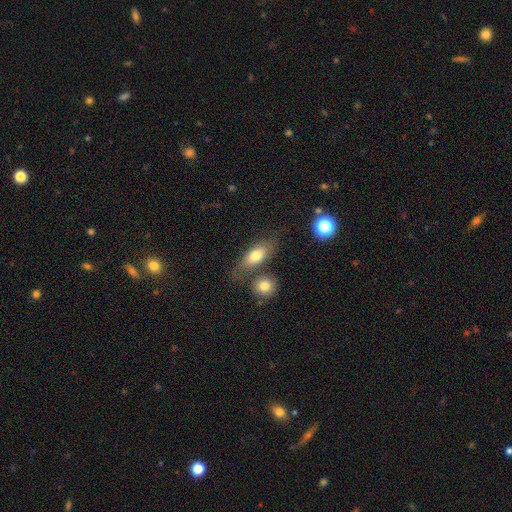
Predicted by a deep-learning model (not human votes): smooth 73%, featured or disk 19%, star or artifact 8%. Down the decision tree: how rounded — in between (78%); merging — none (56%).